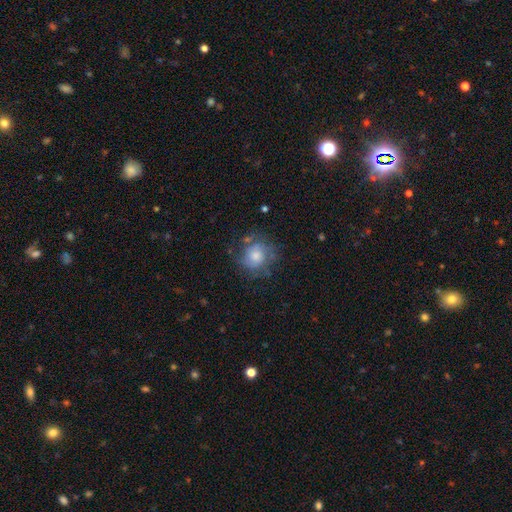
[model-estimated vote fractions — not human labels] Morphology: type=smooth (48%); merging=none (61%).